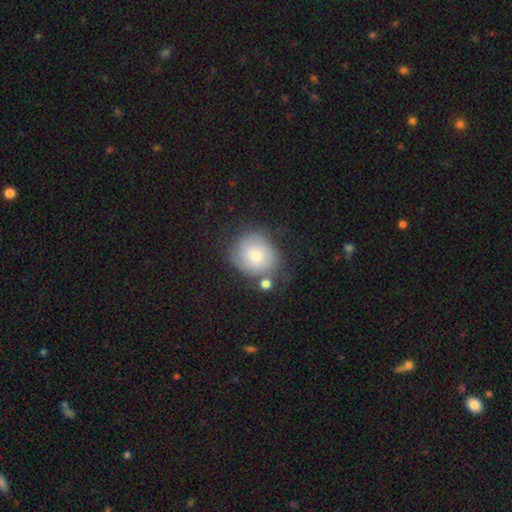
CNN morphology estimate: Overall: smooth (53%; featured or disk 39%). How rounded: round (74%). Merging: none (51%; minor disturbance 24%).